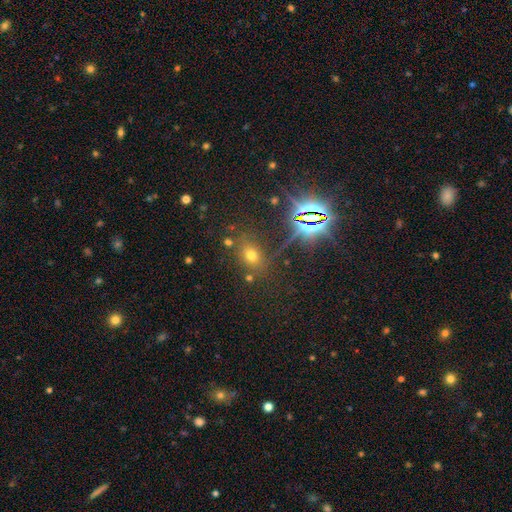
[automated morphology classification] Smooth or featured? star or artifact (53%)